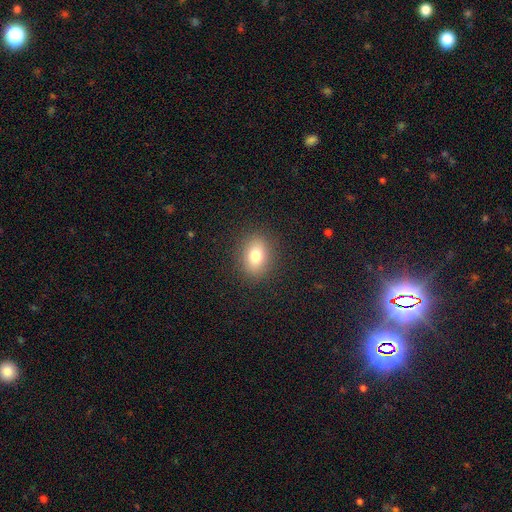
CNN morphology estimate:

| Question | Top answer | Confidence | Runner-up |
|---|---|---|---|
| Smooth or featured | smooth | 76% | featured or disk (12%) |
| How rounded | in between | 58% | round (40%) |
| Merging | none | 88% | minor disturbance (8%) |